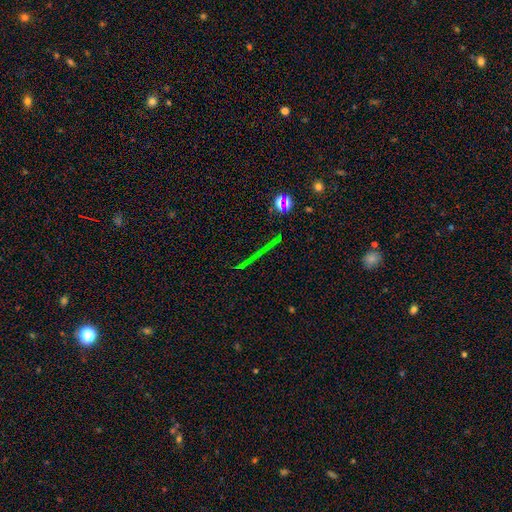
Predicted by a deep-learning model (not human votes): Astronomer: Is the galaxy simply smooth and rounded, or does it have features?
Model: star or artifact — 57%.